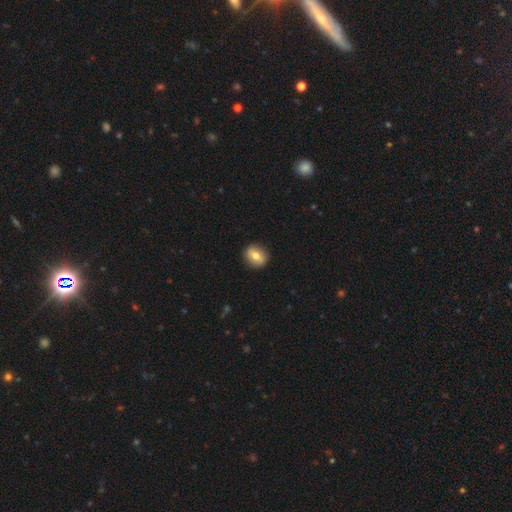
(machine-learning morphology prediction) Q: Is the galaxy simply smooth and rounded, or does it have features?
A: smooth — 66%.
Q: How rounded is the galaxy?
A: round — 69%.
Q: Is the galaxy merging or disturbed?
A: none — 89%.